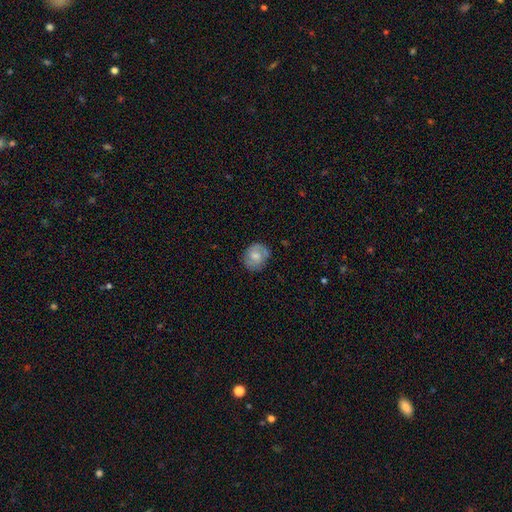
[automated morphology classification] A smooth galaxy with no disk features (49%). Merging: none (75%).